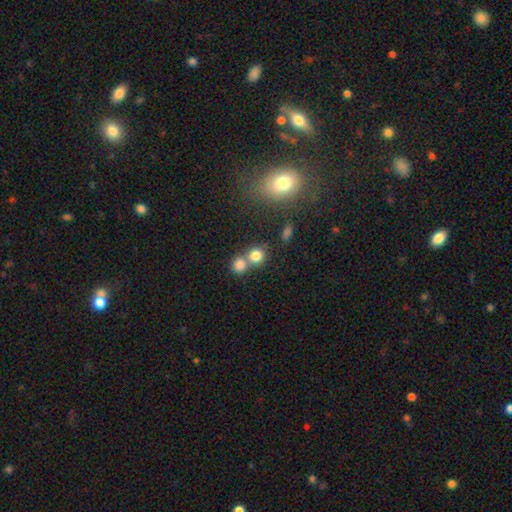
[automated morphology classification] Q: Smooth or featured?
A: smooth (79%); runner-up: star or artifact (13%)
Q: How rounded?
A: round (83%); runner-up: in between (16%)
Q: Merging?
A: none (45%); tied with: merger (45%)